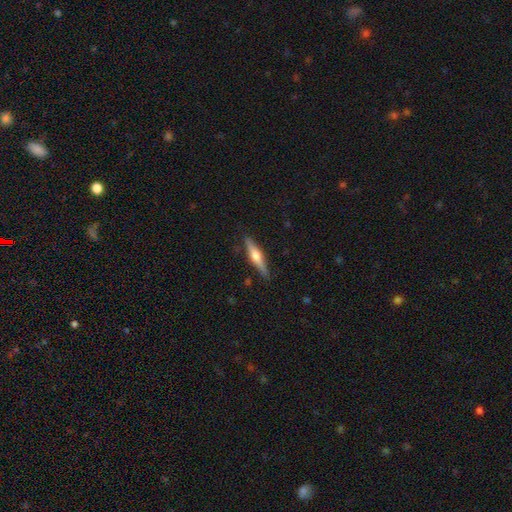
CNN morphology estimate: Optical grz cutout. It shows a featured or disk galaxy (59%) viewed edge-on (96%) with a rounded central bulge (90%). Merging: none (88%).